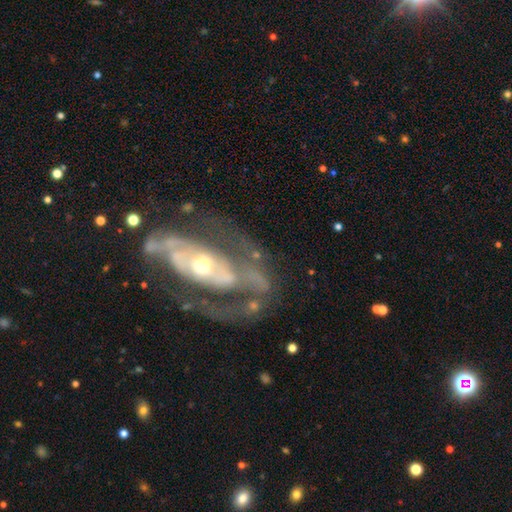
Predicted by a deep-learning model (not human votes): A featured or disk galaxy (82%) with no bar (59%), 2 (55%) medium (42%) spiral arms (73%) and a moderate central bulge (61%). Merging: none (44%).